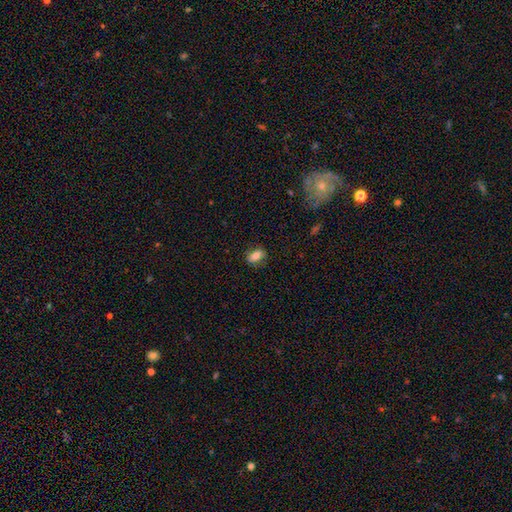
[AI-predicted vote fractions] smooth 74%, featured or disk 17%, star or artifact 8%. Down the decision tree: how rounded — in between (83%); merging — none (80%).